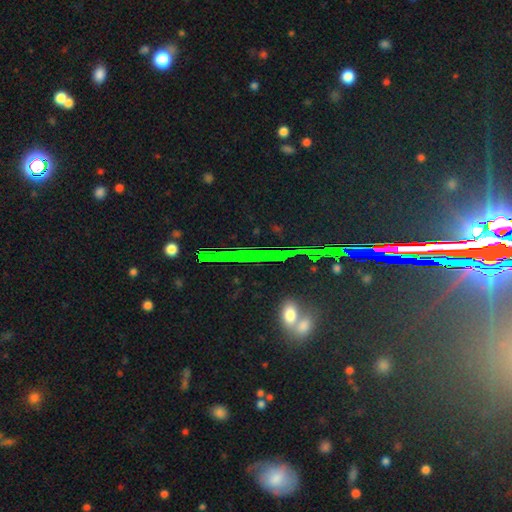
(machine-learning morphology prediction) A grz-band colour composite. It shows a star or artifact, not a galaxy (74%).